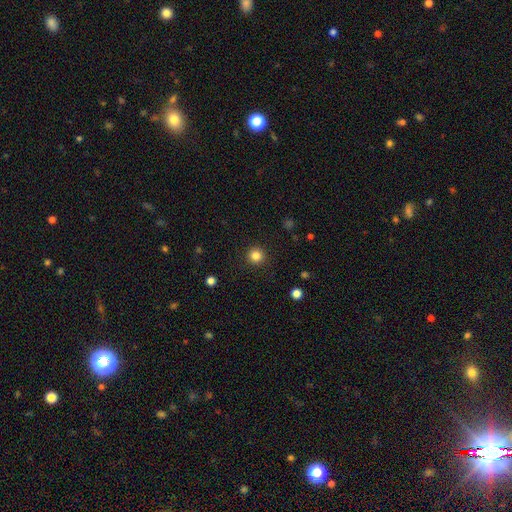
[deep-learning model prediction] The model was most divided on "smooth or featured": smooth: 84%, star or artifact: 12%, featured or disk: 4%. More confident: how rounded — round (95%); merging — none (92%).